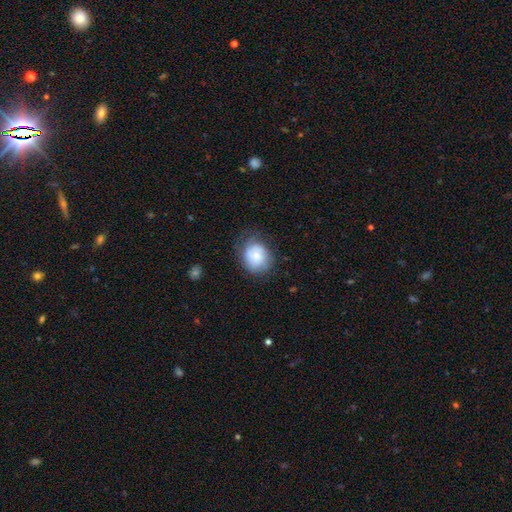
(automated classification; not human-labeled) smooth-or-featured: smooth: 63% | featured or disk: 29% | star or artifact: 8%
  how-rounded: round: 68% | in between: 32% | cigar-shaped: 1%
  merging: none: 62% | minor disturbance: 25% | major disturbance: 11% | merger: 3%